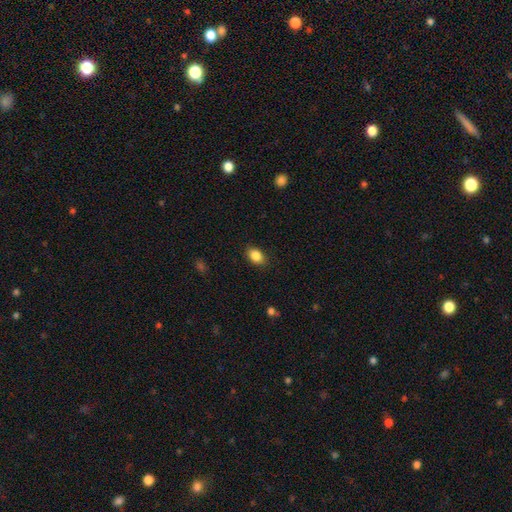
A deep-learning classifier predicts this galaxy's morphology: smooth_or_featured: smooth (p=0.87) [alt: star or artifact p=0.08]
how_rounded: in between (p=0.83) [alt: round p=0.15]
merging: none (p=0.87) [alt: minor disturbance p=0.10]